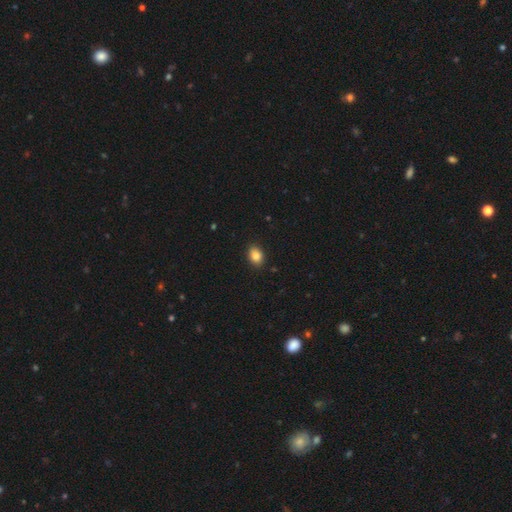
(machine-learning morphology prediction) A smooth galaxy with no disk features (85%) that is in between round and cigar-shaped (66%).

Vote fractions:
- Smooth or featured? smooth: 85% / star or artifact: 9% / featured or disk: 6%
- How rounded? in between: 66% / round: 33% / cigar-shaped: 1%
- Merging? none: 90% / minor disturbance: 7% / major disturbance: 2% / merger: 1%